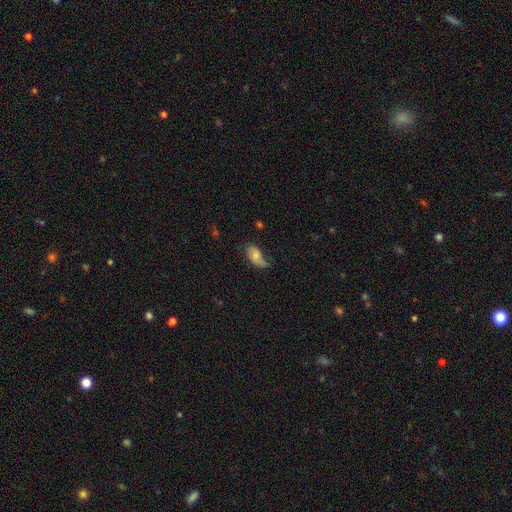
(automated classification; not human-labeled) smooth_or_featured: smooth (p=0.55) [alt: featured or disk p=0.37]
how_rounded: in between (p=0.91) [alt: round p=0.05]
merging: none (p=0.40) [alt: minor disturbance p=0.35]